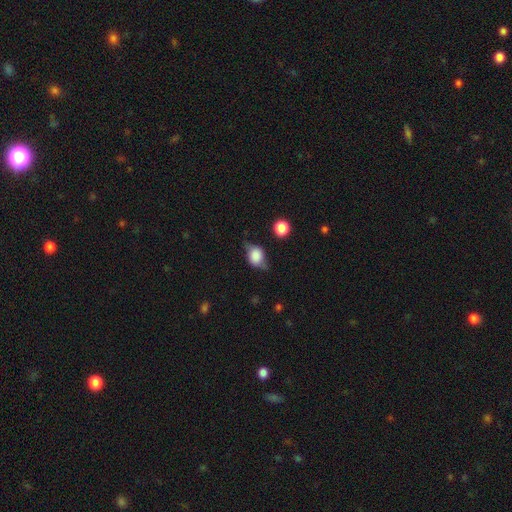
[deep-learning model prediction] Smooth or featured?
  - smooth: 66% *
  - featured or disk: 24%
  - star or artifact: 10%
How rounded?
  - in between: 55% *
  - round: 43%
  - cigar-shaped: 2%
Merging?
  - none: 53% *
  - minor disturbance: 31%
  - major disturbance: 12%
  - merger: 4%